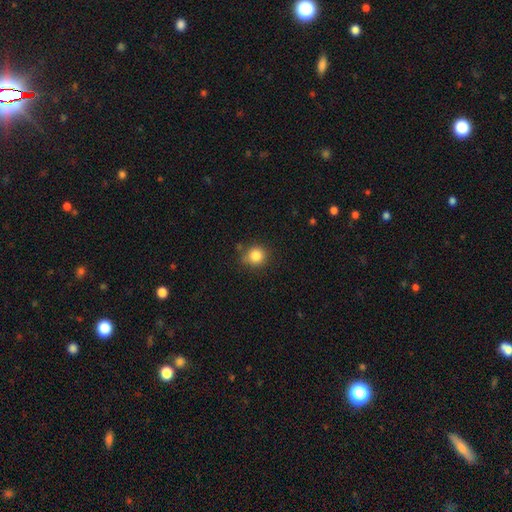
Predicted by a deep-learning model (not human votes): smooth 84%, star or artifact 11%, featured or disk 5%. Down the decision tree: how rounded — round (87%); merging — none (76%).